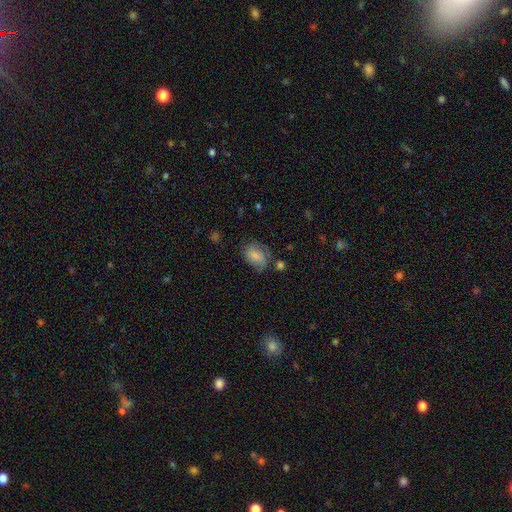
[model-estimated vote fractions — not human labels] smooth 63%, featured or disk 28%, star or artifact 9%. Down the decision tree: how rounded — in between (71%); merging — none (47%).